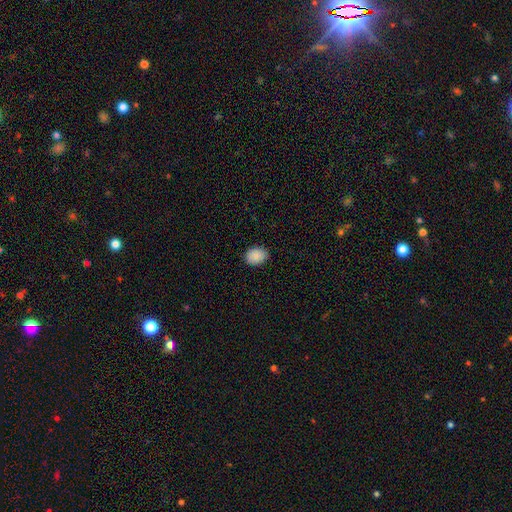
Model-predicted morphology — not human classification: The model was most divided on "how rounded": in between: 66%, round: 33%, cigar-shaped: 1%. More confident: smooth or featured — smooth (90%); merging — none (87%).